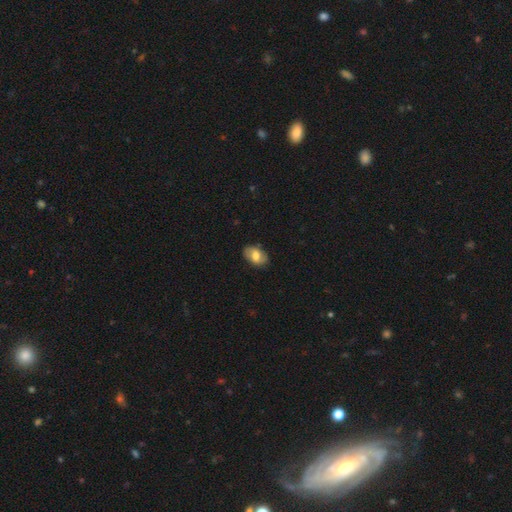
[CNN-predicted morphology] A smooth galaxy with no disk features (67%) that is in between round and cigar-shaped (87%). Merging: none (83%).